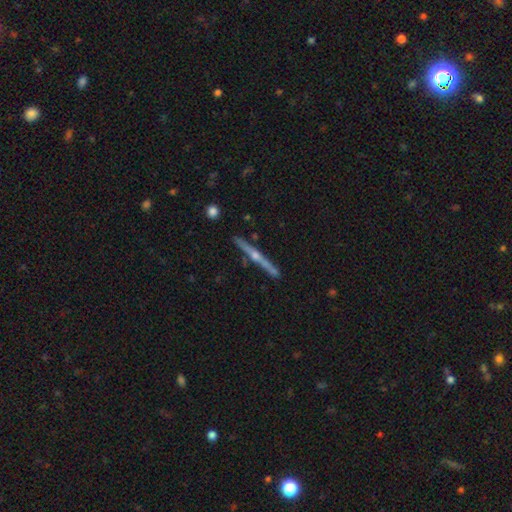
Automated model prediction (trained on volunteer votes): Q: Smooth or featured?
A: featured or disk (81%); runner-up: smooth (13%)
Q: Edge-on disk?
A: yes (98%); runner-up: no (2%)
Q: Edge-on bulge?
A: rounded (89%); runner-up: none (8%)
Q: Merging?
A: none (89%); runner-up: minor disturbance (8%)